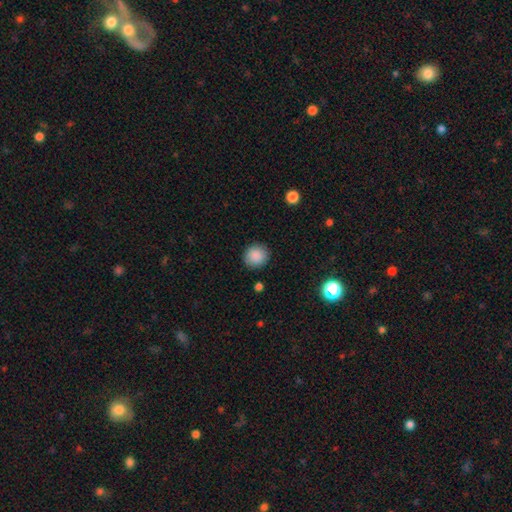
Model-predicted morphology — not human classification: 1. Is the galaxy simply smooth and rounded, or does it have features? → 88% smooth, 9% star or artifact, 3% featured or disk.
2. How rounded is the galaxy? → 92% round, 7% in between, 1% cigar-shaped.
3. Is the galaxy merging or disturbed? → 90% none, 7% minor disturbance, 2% major disturbance, 1% merger.